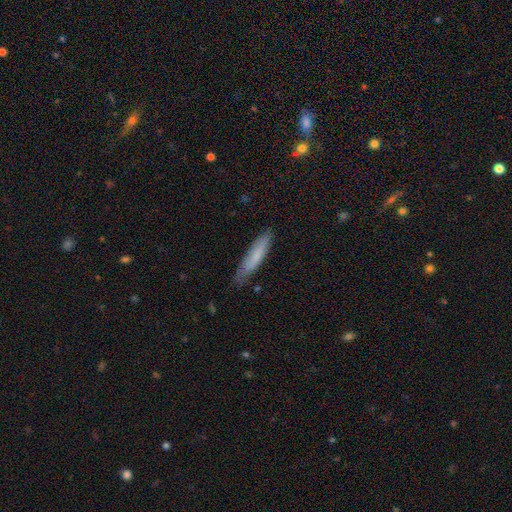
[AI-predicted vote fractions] smooth 72%, featured or disk 22%, star or artifact 6%. Down the decision tree: how rounded — cigar-shaped (85%); merging — none (76%).